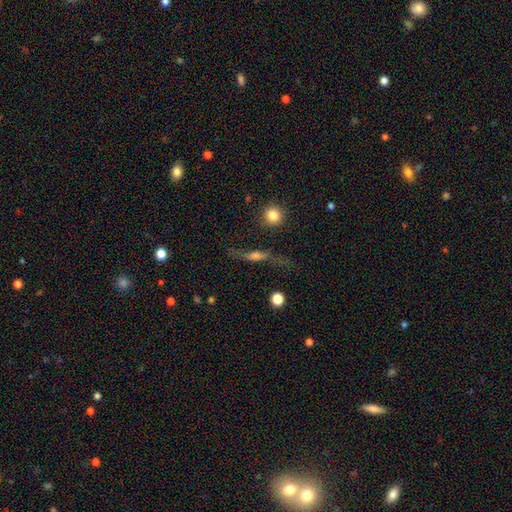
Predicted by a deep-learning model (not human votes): Morphology: type=featured or disk (62%); edge-on=yes (69%); merging=none (62%).